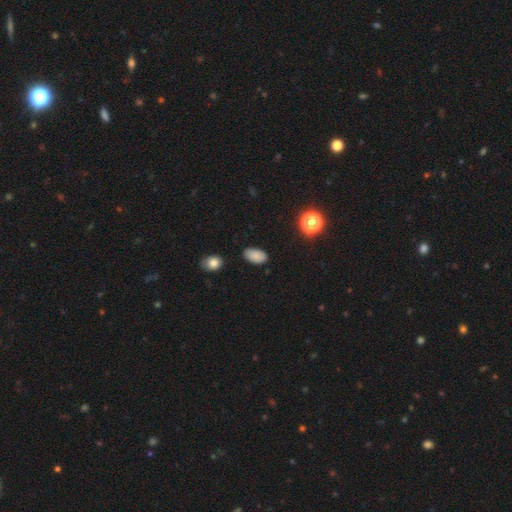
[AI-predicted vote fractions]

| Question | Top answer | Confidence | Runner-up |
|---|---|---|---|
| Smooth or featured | smooth | 85% | star or artifact (10%) |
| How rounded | in between | 93% | round (6%) |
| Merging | none | 82% | minor disturbance (13%) |